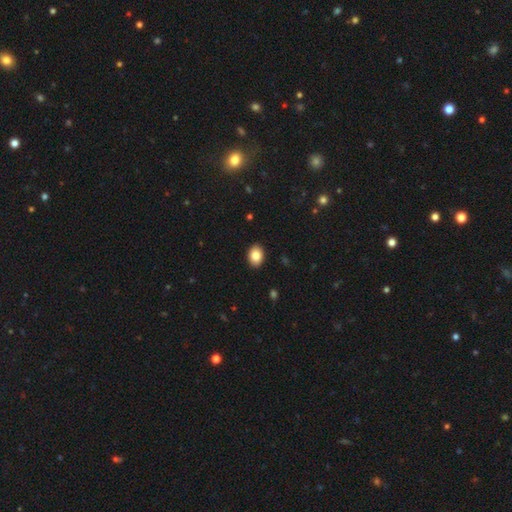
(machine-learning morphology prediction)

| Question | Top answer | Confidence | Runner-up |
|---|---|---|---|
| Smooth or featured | smooth | 85% | star or artifact (8%) |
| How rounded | in between | 77% | round (22%) |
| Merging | none | 91% | minor disturbance (7%) |